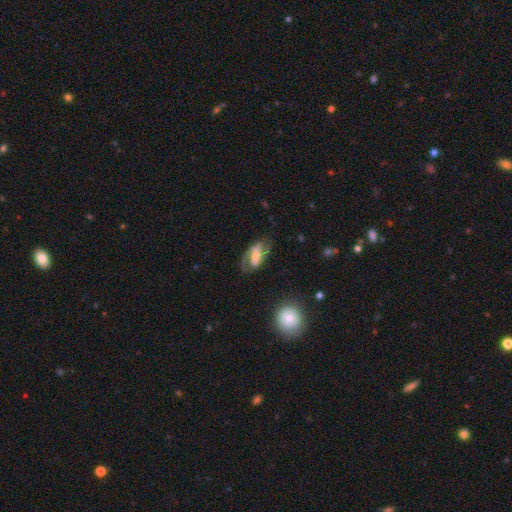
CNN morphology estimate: Smooth or featured?
  - featured or disk: 67% *
  - smooth: 26%
  - star or artifact: 7%
Edge-on disk?
  - no: 93% *
  - yes: 7%
Bar?
  - weak: 36% * (tied)
  - strong: 36% * (tied)
  - no: 28%
Spiral arms?
  - yes: 80% *
  - no: 20%
Bulge size?
  - moderate: 48% *
  - small: 39%
  - large: 7%
  - none: 4%
  - dominant: 2%
Merging?
  - none: 63% *
  - minor disturbance: 21%
  - major disturbance: 13%
  - merger: 3%